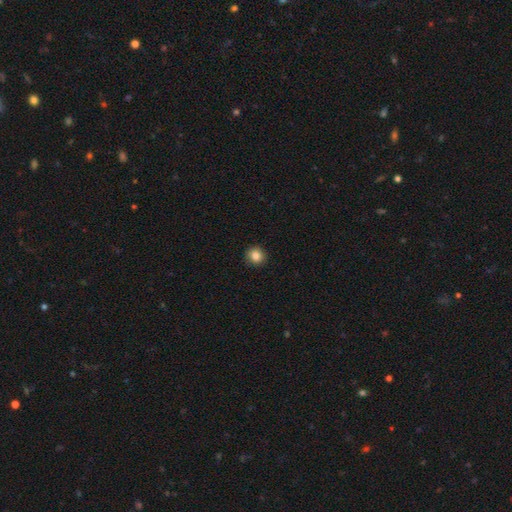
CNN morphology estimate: smooth_or_featured: smooth (p=0.84) [alt: star or artifact p=0.10]
how_rounded: round (p=0.92) [alt: in between p=0.07]
merging: none (p=0.92) [alt: minor disturbance p=0.06]